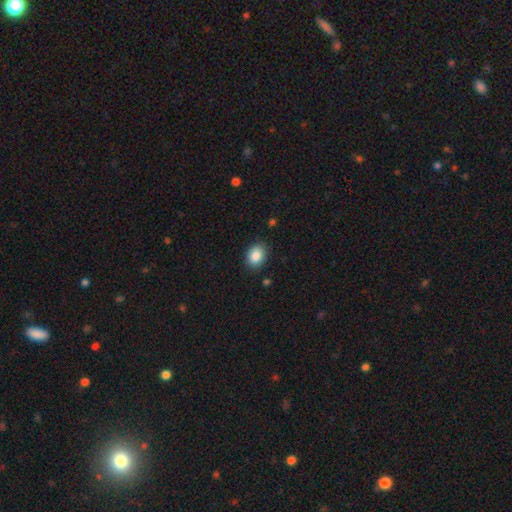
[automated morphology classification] type=smooth (87%); roundness=in between (65%); merging=none (86%).